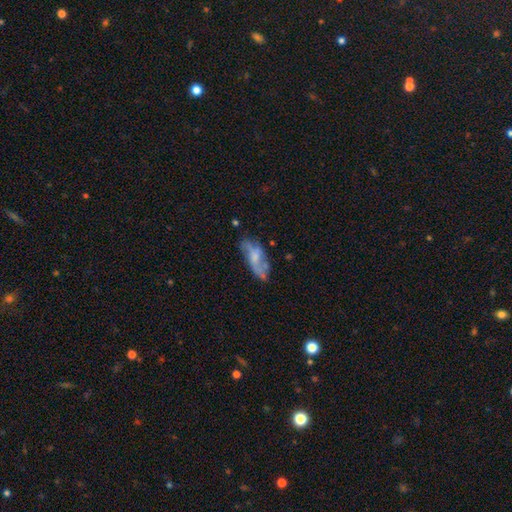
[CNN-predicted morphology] This is possibly a featured or disk galaxy (55%). It is clearly not viewed edge-on (86%). Merging: possibly none (56%).